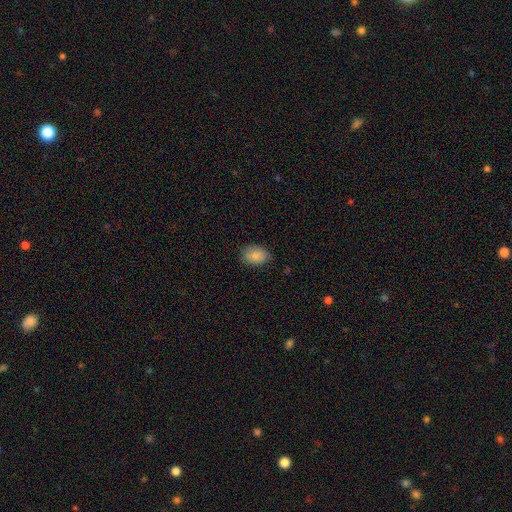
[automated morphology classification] smooth_or_featured: smooth (p=0.85) [alt: star or artifact p=0.08]
how_rounded: in between (p=0.74) [alt: round p=0.25]
merging: none (p=0.80) [alt: minor disturbance p=0.16]